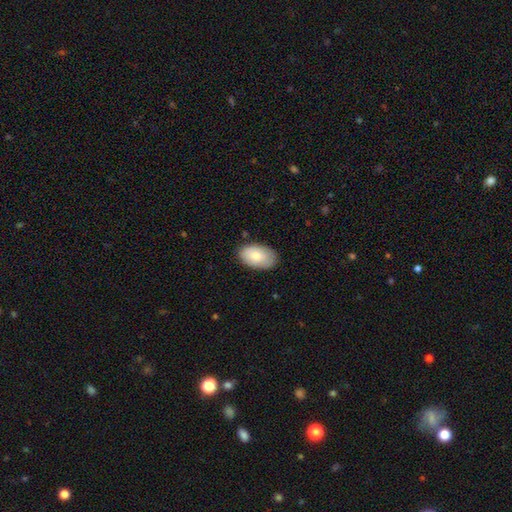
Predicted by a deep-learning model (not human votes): Morphology: type=smooth (78%); roundness=in between (93%); merging=none (83%).